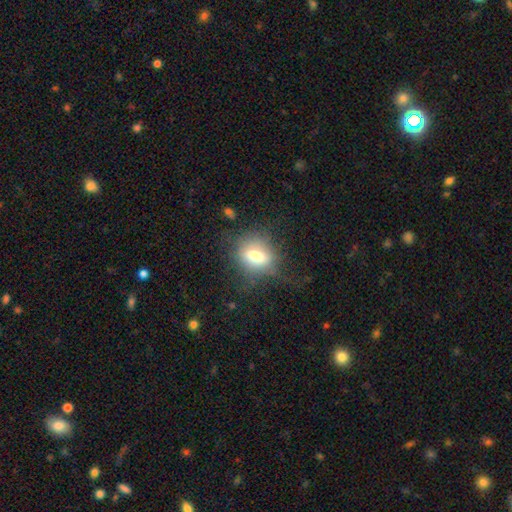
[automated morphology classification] A smooth galaxy with no disk features (62%) that is in between round and cigar-shaped (58%).

Vote fractions:
- Smooth or featured? smooth: 62% / featured or disk: 27% / star or artifact: 11%
- How rounded? in between: 58% / round: 37% / cigar-shaped: 5%
- Merging? none: 61% / minor disturbance: 20% / major disturbance: 16% / merger: 2%